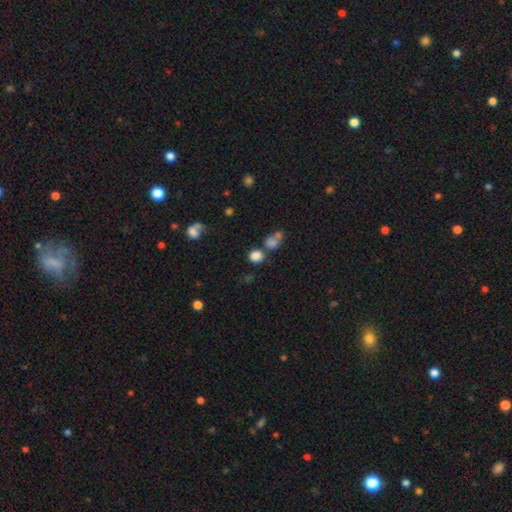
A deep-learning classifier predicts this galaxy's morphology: This is clearly a smooth galaxy (80%). How rounded: clearly round (83%). Merging: likely none (61%).